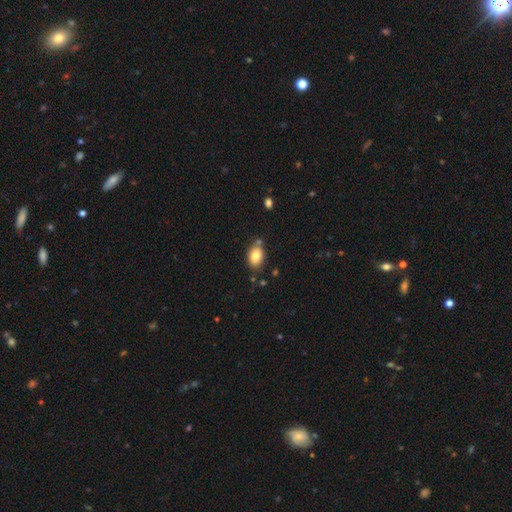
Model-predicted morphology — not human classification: This appears to be a smooth galaxy with no disk features (82%) that is in between round and cigar-shaped (80%). Merging: none (74%).